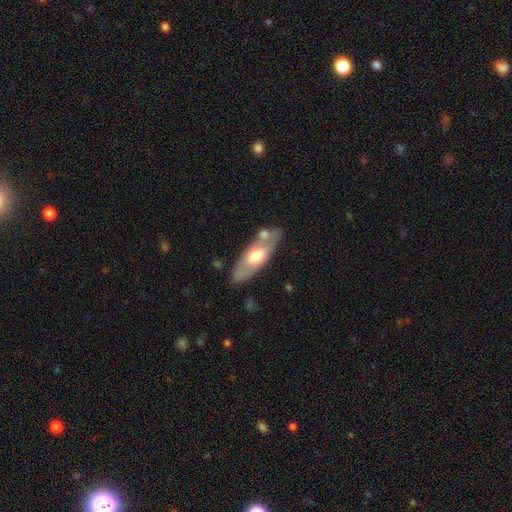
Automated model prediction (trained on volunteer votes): A smooth galaxy with no disk features (50%).

Vote fractions:
- Smooth or featured? smooth: 50% / featured or disk: 45% / star or artifact: 5%
- Merging? none: 69% / minor disturbance: 16% / merger: 12% / major disturbance: 4%